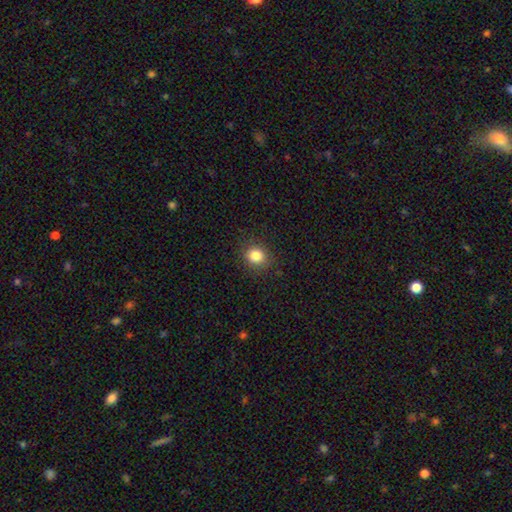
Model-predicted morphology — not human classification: A smooth galaxy with no disk features (84%) that is round (75%). Merging: none (87%).